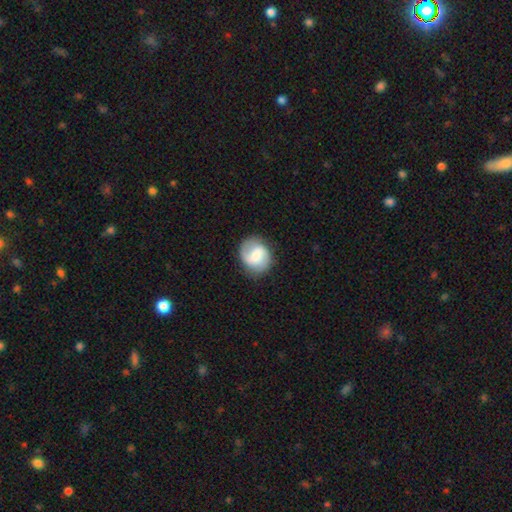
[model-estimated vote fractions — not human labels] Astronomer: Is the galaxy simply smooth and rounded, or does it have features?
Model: featured or disk — 55% (runner-up: smooth, 38%).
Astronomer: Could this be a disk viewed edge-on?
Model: no — 98%.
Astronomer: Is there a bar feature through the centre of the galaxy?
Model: weak — 51% (runner-up: no, 30%).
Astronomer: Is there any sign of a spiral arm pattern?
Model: yes — 88%.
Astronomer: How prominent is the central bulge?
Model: moderate — 42% (runner-up: small, 40%).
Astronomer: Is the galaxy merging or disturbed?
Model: none — 80%.